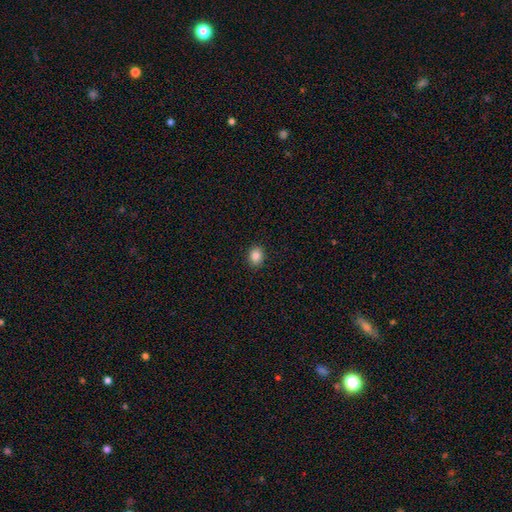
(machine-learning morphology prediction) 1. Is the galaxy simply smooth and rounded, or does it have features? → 86% smooth, 10% star or artifact, 4% featured or disk.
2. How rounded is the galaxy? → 54% round, 45% in between, 1% cigar-shaped.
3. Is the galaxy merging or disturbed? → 91% none, 7% minor disturbance, 2% major disturbance, 1% merger.